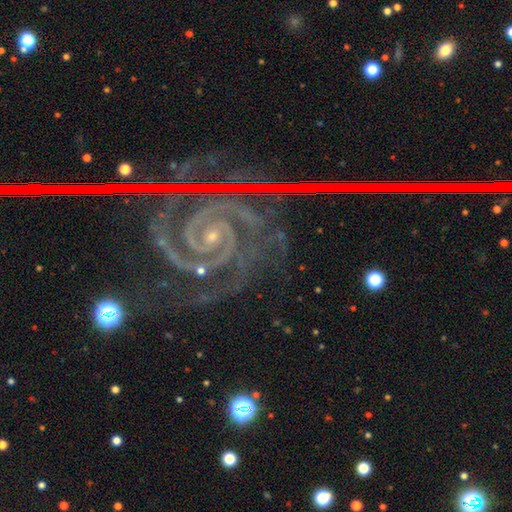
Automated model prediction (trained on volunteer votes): Smooth or featured: featured or disk — 91% (star or artifact — 7%)
Edge-on disk: no — 97% (yes — 3%)
Bar: no — 64% (weak — 21%)
Spiral arms: yes — 99% (no — 1%)
Spiral winding: tight — 78% (medium — 20%)
Spiral arm count: 2 — 55% (3 — 20%)
Bulge size: small — 80% (moderate — 16%)
Merging: none — 71% (minor disturbance — 18%)